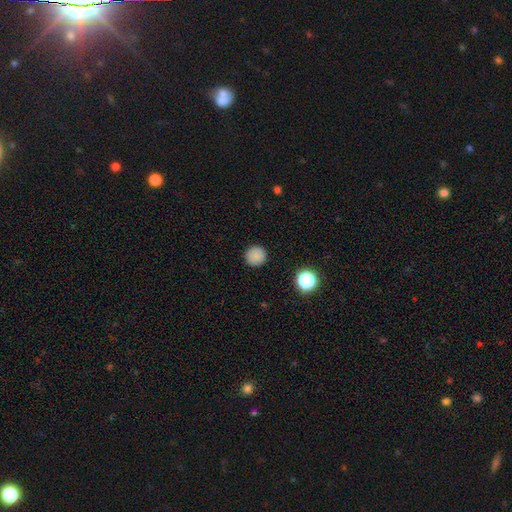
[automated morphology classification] Q: Smooth or featured?
A: smooth (85%); runner-up: star or artifact (12%)
Q: How rounded?
A: round (95%); runner-up: in between (4%)
Q: Merging?
A: none (91%); runner-up: minor disturbance (6%)